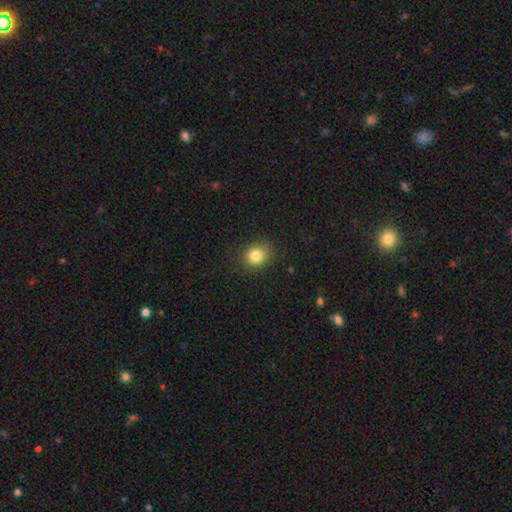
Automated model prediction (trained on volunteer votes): smooth-or-featured: smooth: 83% | star or artifact: 11% | featured or disk: 6%
  how-rounded: round: 71% | in between: 28% | cigar-shaped: 1%
  merging: none: 85% | minor disturbance: 11% | major disturbance: 3% | merger: 1%